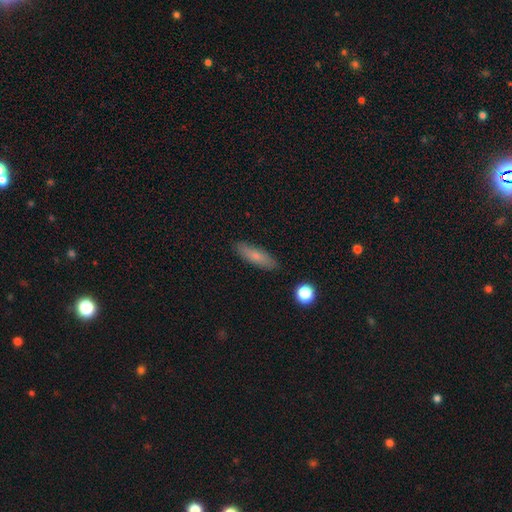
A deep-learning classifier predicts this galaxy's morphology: The model was most divided on "how rounded": cigar-shaped: 61%, in between: 36%, round: 3%. More confident: merging — none (87%); smooth or featured — smooth (74%).